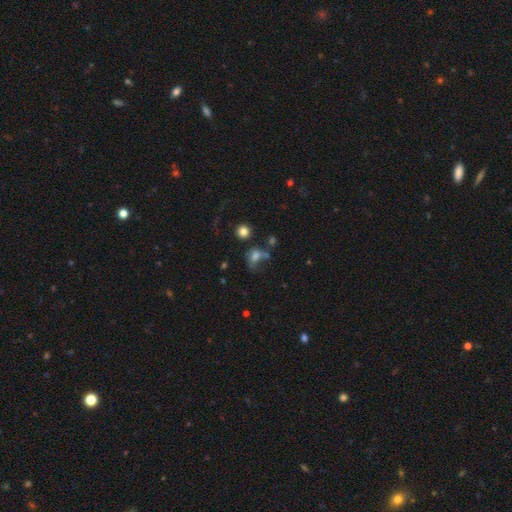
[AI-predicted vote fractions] A smooth galaxy with no disk features (61%) that is in between round and cigar-shaped (57%).

Vote fractions:
- Smooth or featured? smooth: 61% / featured or disk: 19% / star or artifact: 19%
- How rounded? in between: 57% / round: 40% / cigar-shaped: 3%
- Merging? none: 32% / major disturbance: 31% / minor disturbance: 21% / merger: 16%